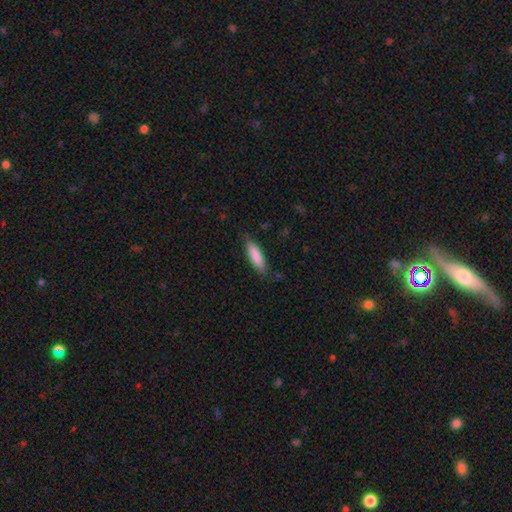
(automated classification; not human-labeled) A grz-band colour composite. It shows a smooth galaxy with no disk features (86%) that is cigar-shaped (59%). Merging: none (80%).